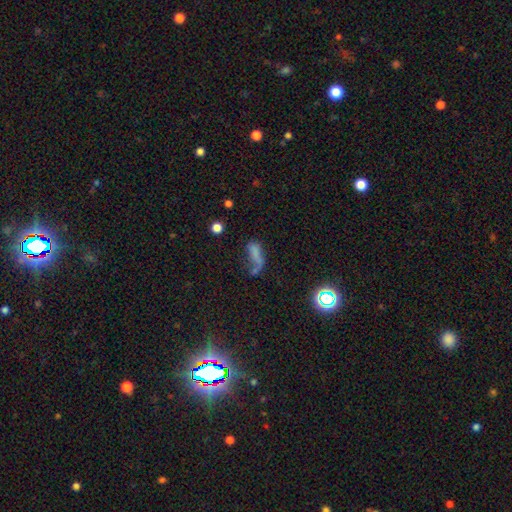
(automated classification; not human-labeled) This is possibly a smooth galaxy (51%). How rounded: likely in between (64%). Merging: marginally major disturbance (33%).